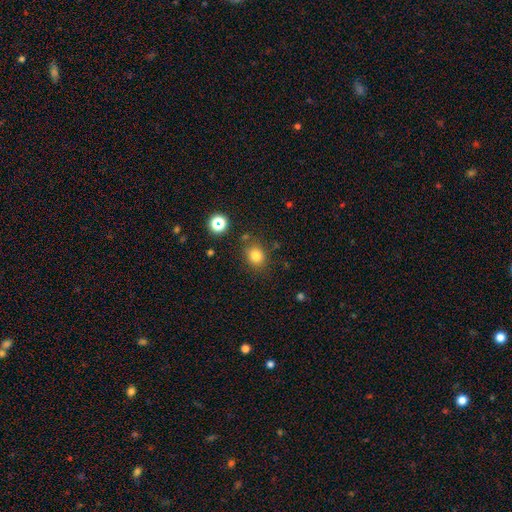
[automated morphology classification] Smooth or featured: smooth — 80% (star or artifact — 14%)
How rounded: round — 68% (in between — 31%)
Merging: none — 80% (minor disturbance — 12%)